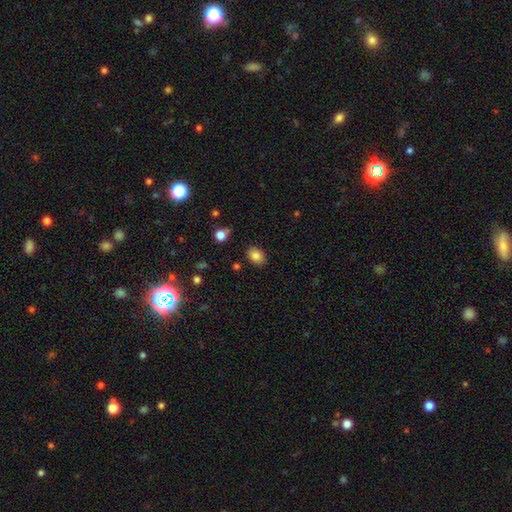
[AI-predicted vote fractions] Smooth or featured?
  - smooth: 84% *
  - star or artifact: 10%
  - featured or disk: 6%
How rounded?
  - in between: 68% *
  - round: 31%
  - cigar-shaped: 1%
Merging?
  - none: 84% *
  - minor disturbance: 11%
  - major disturbance: 3%
  - merger: 2%